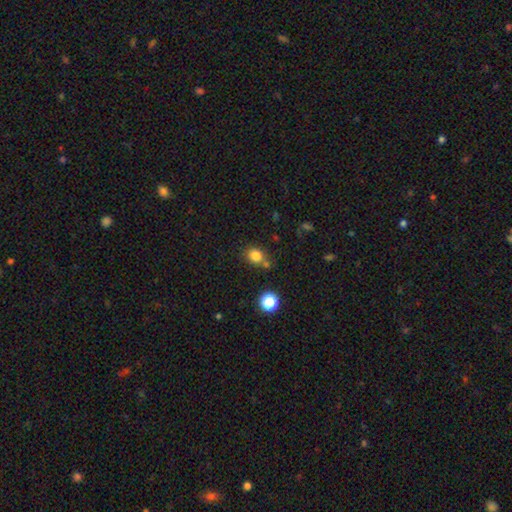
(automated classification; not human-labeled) The model was most divided on "how rounded": round: 68%, in between: 31%, cigar-shaped: 1%. More confident: smooth or featured — smooth (81%); merging — none (69%).